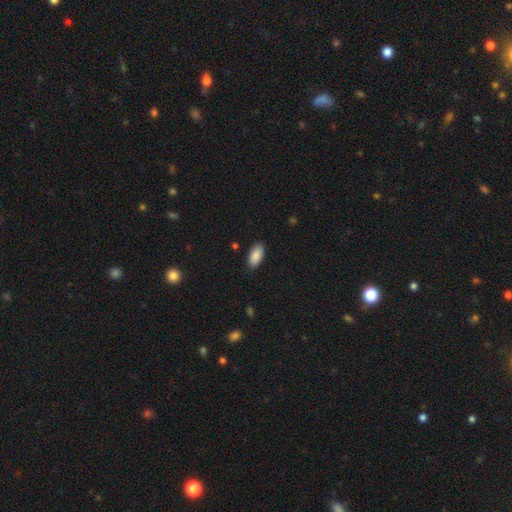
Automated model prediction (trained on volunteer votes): Morphology: type=smooth (89%); roundness=in between (93%); merging=none (87%).